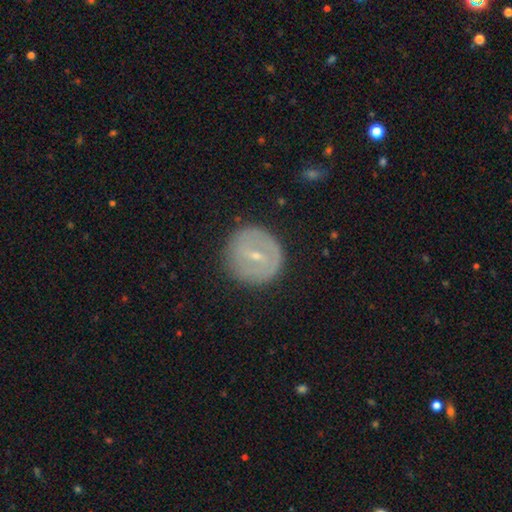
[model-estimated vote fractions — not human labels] Smooth or featured?
  - featured or disk: 58% *
  - smooth: 34%
  - star or artifact: 9%
Edge-on disk?
  - no: 93% *
  - yes: 7%
Bar?
  - weak: 48% *
  - strong: 30%
  - no: 22%
Spiral arms?
  - no: 66% *
  - yes: 34%
Bulge size?
  - small: 76% *
  - moderate: 20%
  - none: 2%
  - large: 1%
  - dominant: 1%
Merging?
  - none: 85% *
  - minor disturbance: 10%
  - major disturbance: 3%
  - merger: 1%